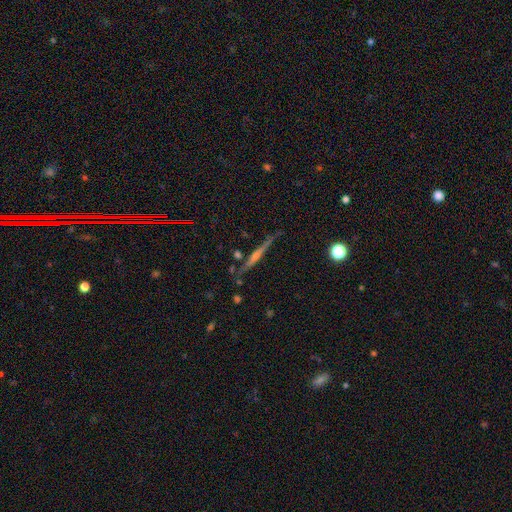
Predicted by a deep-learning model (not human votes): Smooth or featured? Predicted: featured or disk (p=0.64). Edge-on disk? Predicted: yes (p=0.94). Edge-on bulge? Predicted: rounded (p=0.65). Merging? Predicted: none (p=0.81).